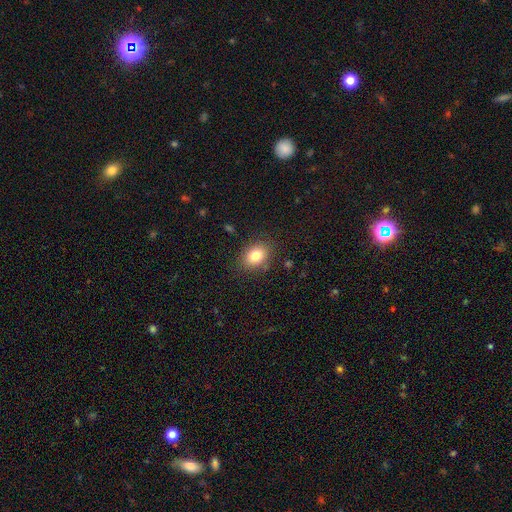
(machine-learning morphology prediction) Smooth or featured?
  - smooth: 80% *
  - star or artifact: 10%
  - featured or disk: 9%
How rounded?
  - in between: 63% *
  - round: 36%
  - cigar-shaped: 1%
Merging?
  - none: 84% *
  - minor disturbance: 11%
  - major disturbance: 3%
  - merger: 2%